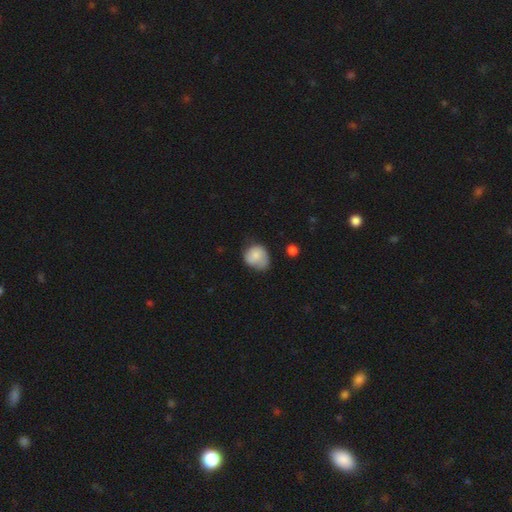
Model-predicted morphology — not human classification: smooth 77%, featured or disk 15%, star or artifact 8%. Down the decision tree: how rounded — round (64%); merging — minor disturbance (42%).